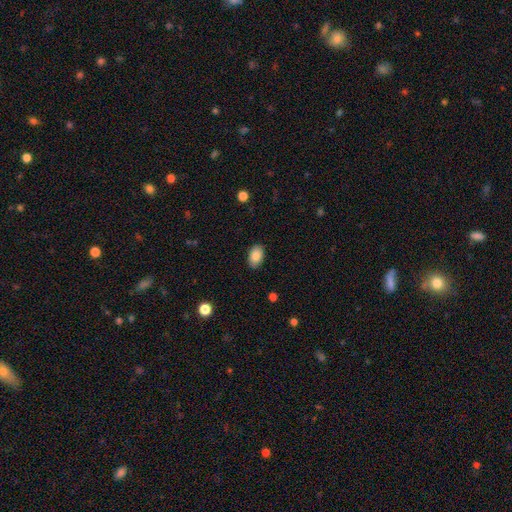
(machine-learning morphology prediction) smooth-or-featured: smooth: 86% | star or artifact: 7% | featured or disk: 6%
  how-rounded: in between: 90% | round: 9% | cigar-shaped: 1%
  merging: none: 88% | minor disturbance: 9% | major disturbance: 2% | merger: 1%